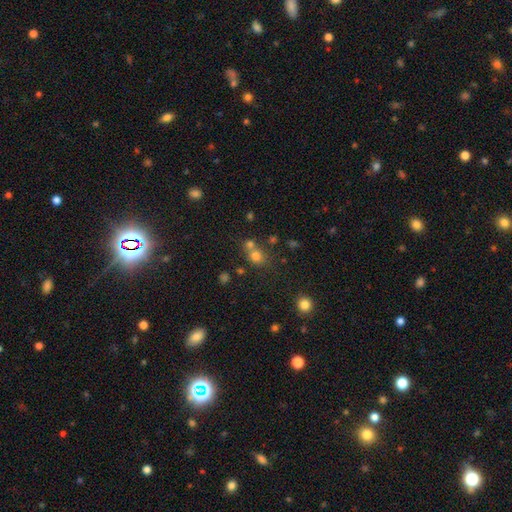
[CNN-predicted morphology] This appears to be a smooth galaxy with no disk features (73%) that is round (76%). Merging: none (47%).